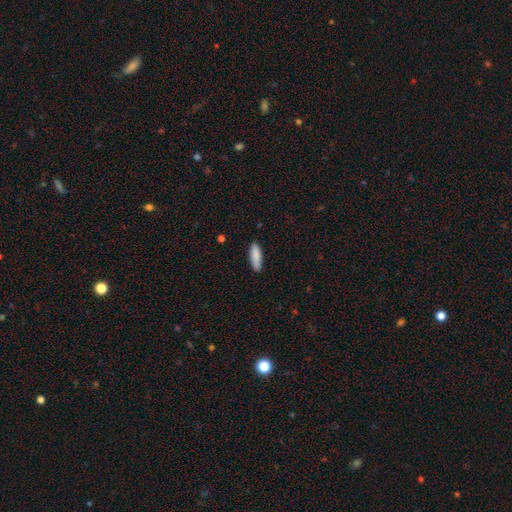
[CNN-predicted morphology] smooth_or_featured: smooth (p=0.88) [alt: featured or disk p=0.06]
how_rounded: cigar-shaped (p=0.51) [alt: in between p=0.48]
merging: none (p=0.83) [alt: minor disturbance p=0.14]